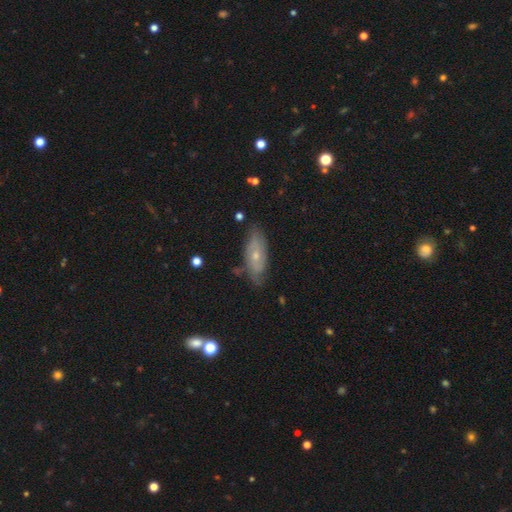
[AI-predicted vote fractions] smooth-or-featured: featured or disk: 56% | smooth: 36% | star or artifact: 8%
  disk-edge-on: no: 78% | yes: 22%
  merging: none: 72% | minor disturbance: 21% | major disturbance: 5% | merger: 2%